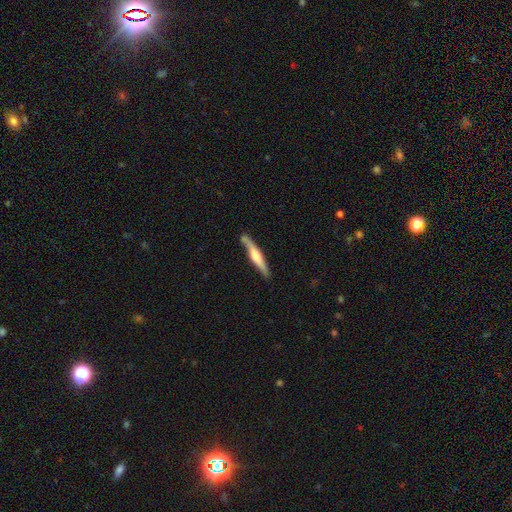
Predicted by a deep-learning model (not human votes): featured or disk 55%, smooth 40%, star or artifact 5%. Down the decision tree: edge-on disk — yes (95%); edge-on bulge — rounded (77%); merging — none (79%).